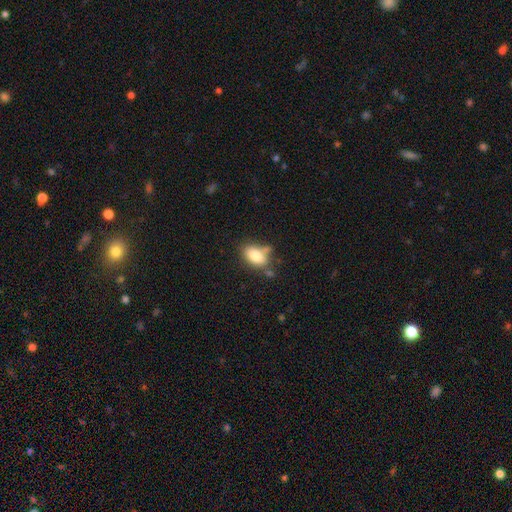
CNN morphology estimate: Smooth or featured? smooth (81%)
How rounded? in between (88%)
Merging? none (58%)